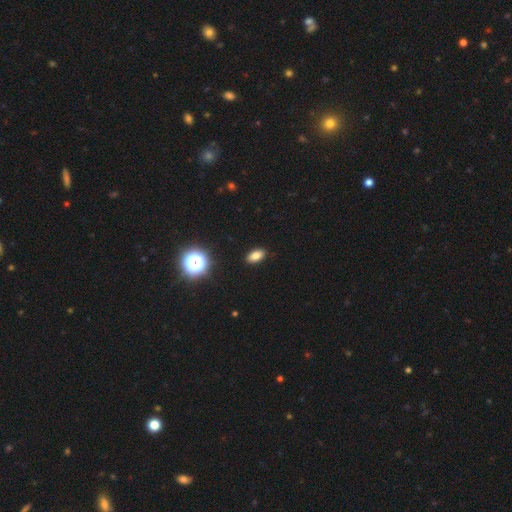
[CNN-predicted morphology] Smooth or featured? Predicted: smooth (p=0.80). How rounded? Predicted: in between (p=0.89). Merging? Predicted: none (p=0.90).